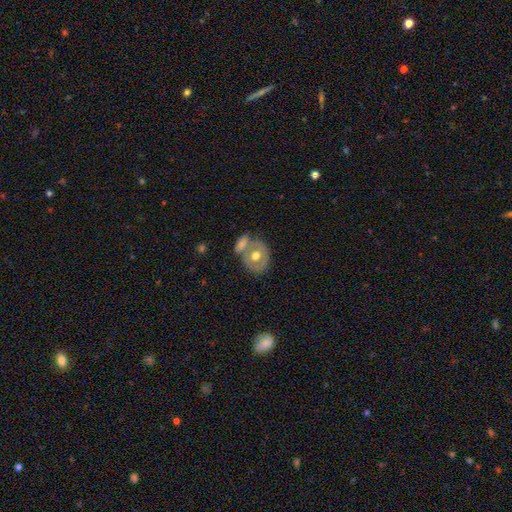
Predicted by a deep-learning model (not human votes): smooth-or-featured: smooth: 48% | featured or disk: 45% | star or artifact: 7%
  merging: none: 51% | merger: 30% | minor disturbance: 13% | major disturbance: 6%